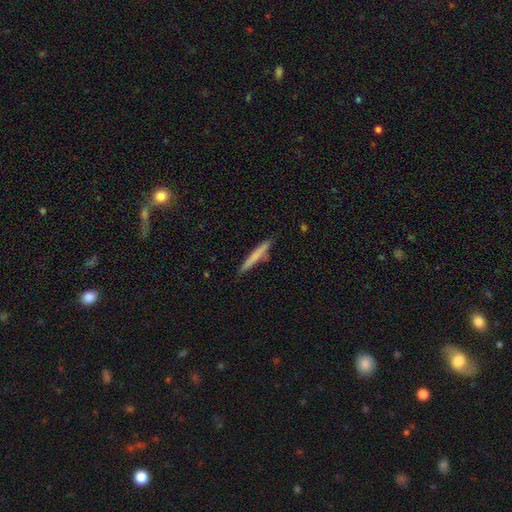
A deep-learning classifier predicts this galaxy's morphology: A smooth galaxy with no disk features (68%) that is cigar-shaped (96%).

Vote fractions:
- Smooth or featured? smooth: 68% / featured or disk: 26% / star or artifact: 6%
- How rounded? cigar-shaped: 96% / in between: 3% / round: 1%
- Merging? none: 84% / minor disturbance: 11% / merger: 3% / major disturbance: 2%